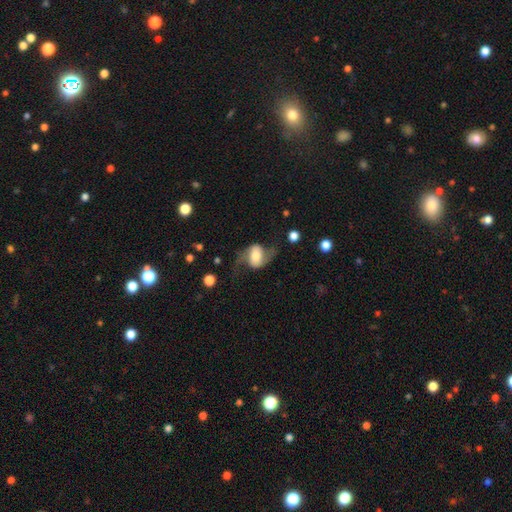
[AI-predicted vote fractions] Smooth or featured: featured or disk — 70% (smooth — 23%)
Edge-on disk: no — 96% (yes — 4%)
Bar: no — 39% (weak — 37%)
Spiral arms: yes — 91% (no — 9%)
Spiral winding: loose — 68% (medium — 26%)
Spiral arm count: 2 — 92% (1 — 3%)
Bulge size: moderate — 43% (large — 24%)
Merging: none — 60% (major disturbance — 19%)